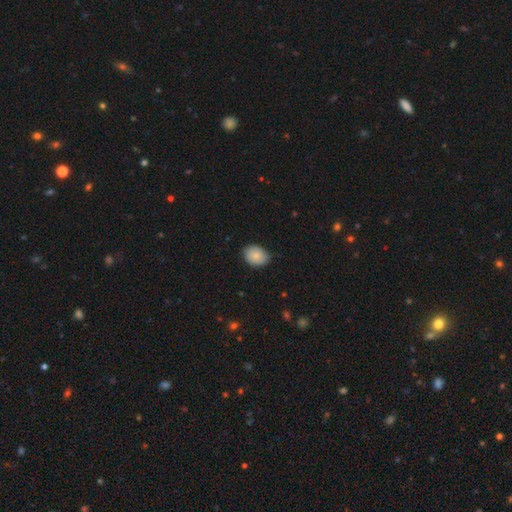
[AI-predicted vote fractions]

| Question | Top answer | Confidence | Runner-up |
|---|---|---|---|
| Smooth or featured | smooth | 82% | featured or disk (10%) |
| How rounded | in between | 59% | round (40%) |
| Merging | none | 78% | minor disturbance (18%) |